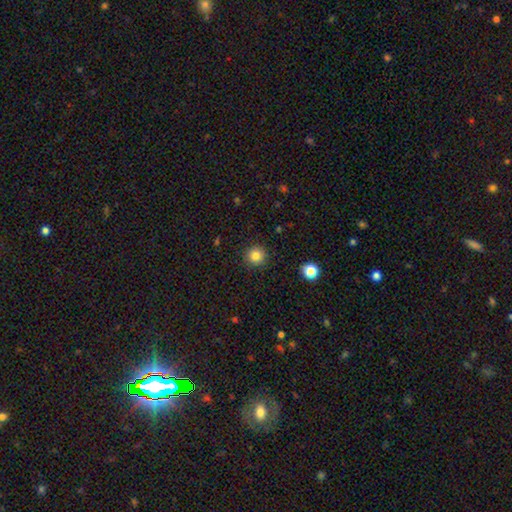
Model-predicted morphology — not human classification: Q: Smooth or featured?
A: smooth (83%); runner-up: star or artifact (12%)
Q: How rounded?
A: round (94%); runner-up: in between (5%)
Q: Merging?
A: none (91%); runner-up: minor disturbance (6%)